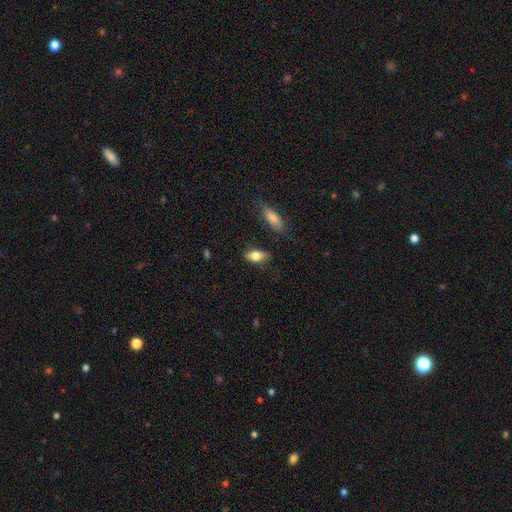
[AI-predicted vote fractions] The model was most divided on "smooth or featured": smooth: 74%, featured or disk: 18%, star or artifact: 7%. More confident: how rounded — in between (81%); merging — none (76%).